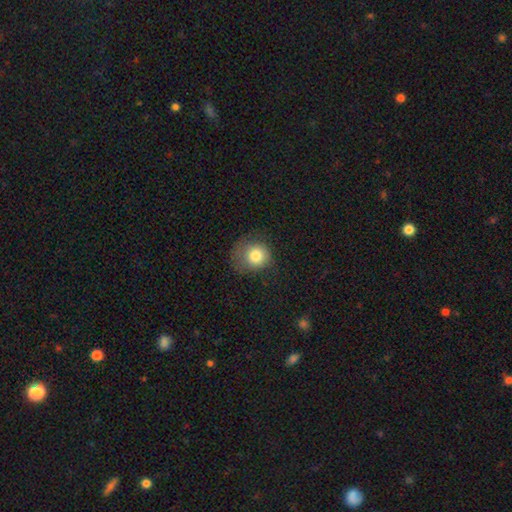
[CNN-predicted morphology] Smooth or featured?
  - smooth: 80% *
  - star or artifact: 10%
  - featured or disk: 10%
How rounded?
  - round: 84% *
  - in between: 15%
  - cigar-shaped: 1%
Merging?
  - none: 56% *
  - minor disturbance: 27%
  - major disturbance: 15%
  - merger: 1%